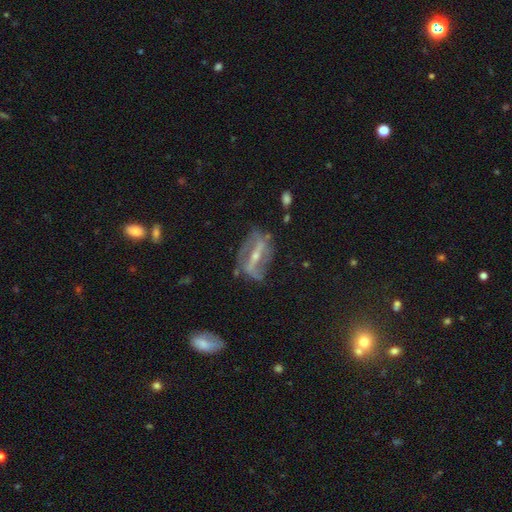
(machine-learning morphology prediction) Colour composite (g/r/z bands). It shows a featured or disk galaxy (81%) with a strong bar (67%), 2 (73%) loose (40%) spiral arms (77%) and a small central bulge (58%). Merging: none (59%).